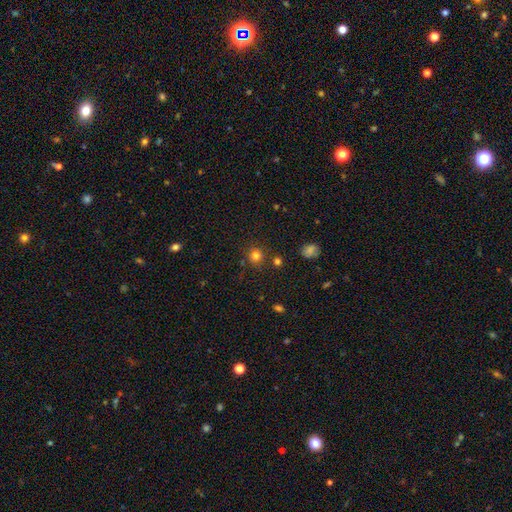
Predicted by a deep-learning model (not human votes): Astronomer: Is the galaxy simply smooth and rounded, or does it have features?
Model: smooth — 78%.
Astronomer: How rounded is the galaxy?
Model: round — 91%.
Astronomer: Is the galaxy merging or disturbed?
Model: none — 82%.